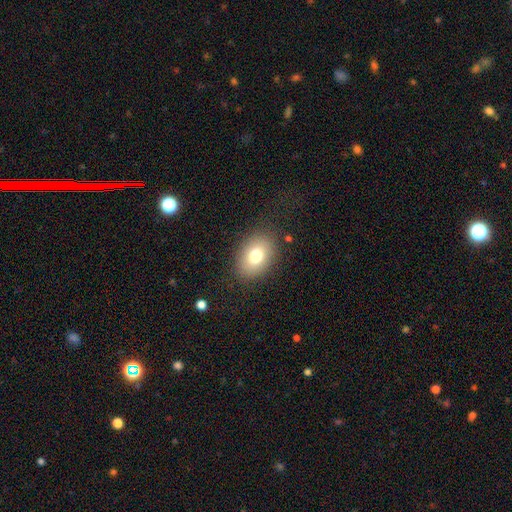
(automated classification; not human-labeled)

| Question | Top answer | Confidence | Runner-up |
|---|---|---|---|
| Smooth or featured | smooth | 77% | featured or disk (13%) |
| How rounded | in between | 78% | round (21%) |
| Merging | none | 84% | minor disturbance (11%) |